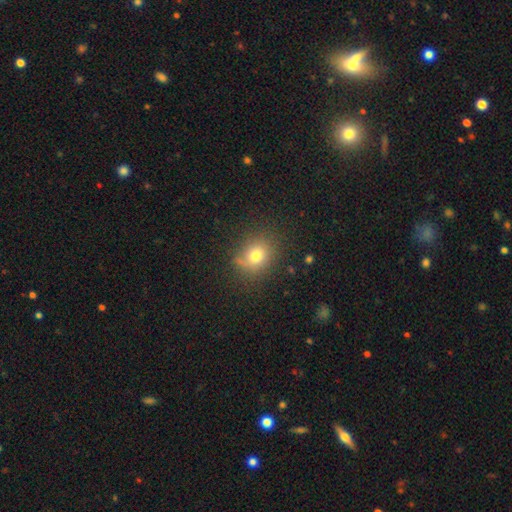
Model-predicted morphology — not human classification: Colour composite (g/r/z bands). It shows a smooth galaxy with no disk features (73%) that is round (65%). Merging: none (72%).